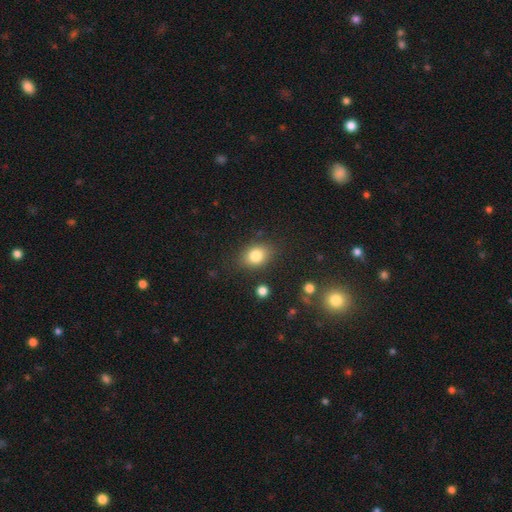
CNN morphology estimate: Smooth or featured?
  - smooth: 81% *
  - star or artifact: 10%
  - featured or disk: 9%
How rounded?
  - in between: 63% *
  - round: 35%
  - cigar-shaped: 1%
Merging?
  - none: 81% *
  - minor disturbance: 13%
  - major disturbance: 4%
  - merger: 3%